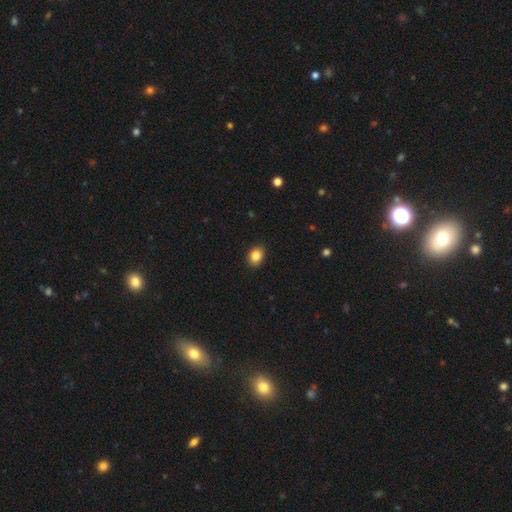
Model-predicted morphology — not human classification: Smooth or featured: smooth — 85% (star or artifact — 9%)
How rounded: in between — 60% (round — 39%)
Merging: none — 88% (minor disturbance — 10%)